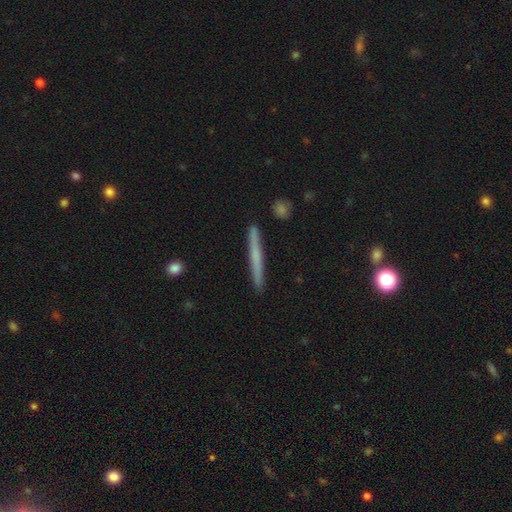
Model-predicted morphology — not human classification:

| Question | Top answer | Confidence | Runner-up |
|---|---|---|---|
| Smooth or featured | smooth | 52% | featured or disk (41%) |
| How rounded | cigar-shaped | 96% | in between (2%) |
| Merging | none | 90% | minor disturbance (7%) |